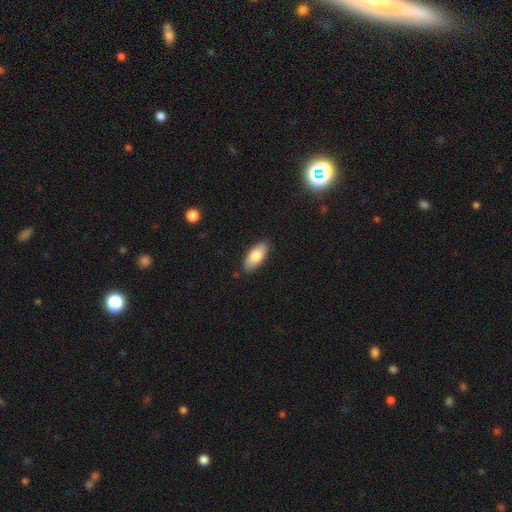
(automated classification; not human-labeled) smooth_or_featured: smooth (p=0.78) [alt: featured or disk p=0.16]
how_rounded: in between (p=0.88) [alt: cigar-shaped p=0.10]
merging: none (p=0.87) [alt: minor disturbance p=0.10]